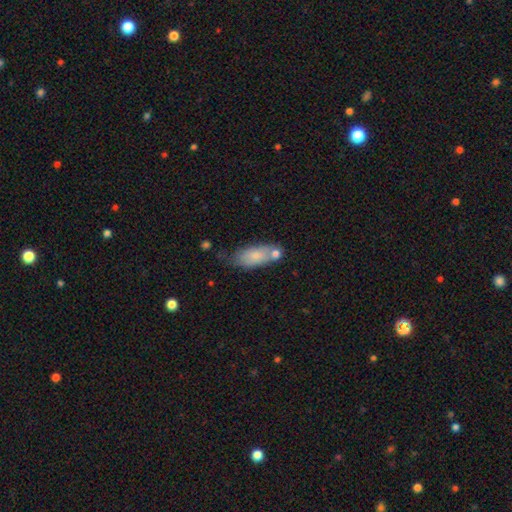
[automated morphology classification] smooth 74%, featured or disk 19%, star or artifact 7%. Down the decision tree: how rounded — in between (81%); merging — none (51%).